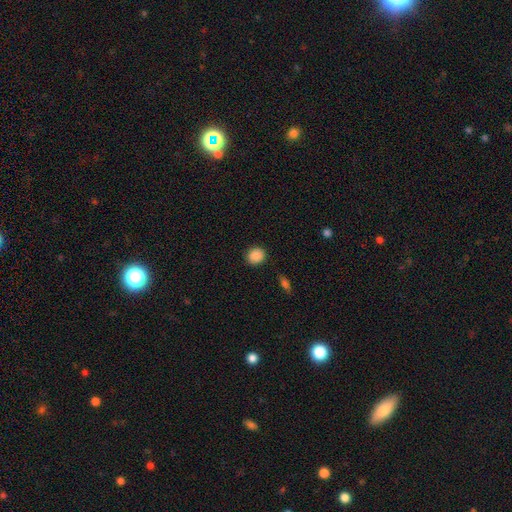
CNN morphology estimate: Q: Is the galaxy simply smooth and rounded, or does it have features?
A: smooth — 88%.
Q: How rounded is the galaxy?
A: round — 80%.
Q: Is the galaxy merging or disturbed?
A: none — 89%.